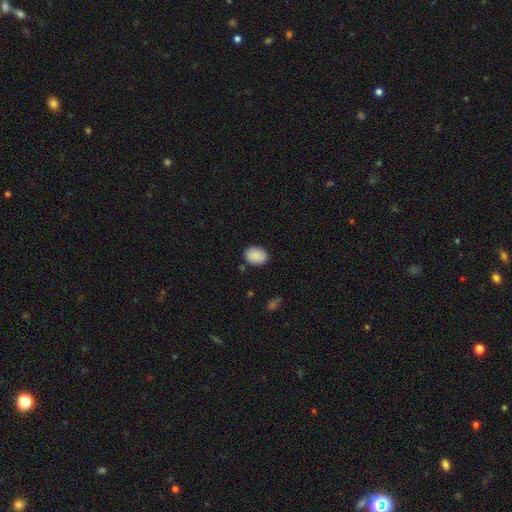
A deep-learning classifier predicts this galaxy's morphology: The model was most divided on "how rounded": in between: 71%, round: 28%, cigar-shaped: 1%. More confident: smooth or featured — smooth (89%); merging — none (85%).